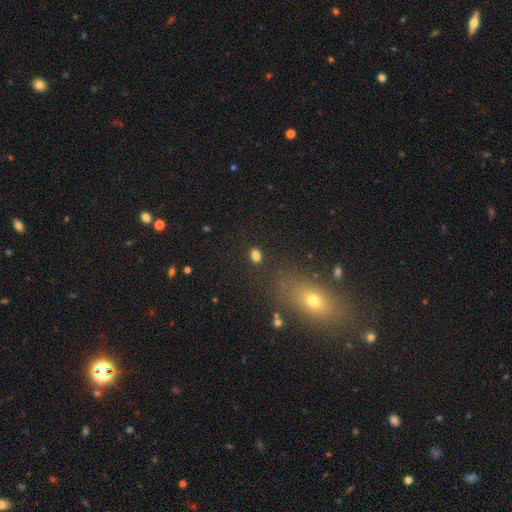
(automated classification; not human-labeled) smooth 81%, star or artifact 13%, featured or disk 6%. Down the decision tree: how rounded — in between (83%); merging — none (85%).